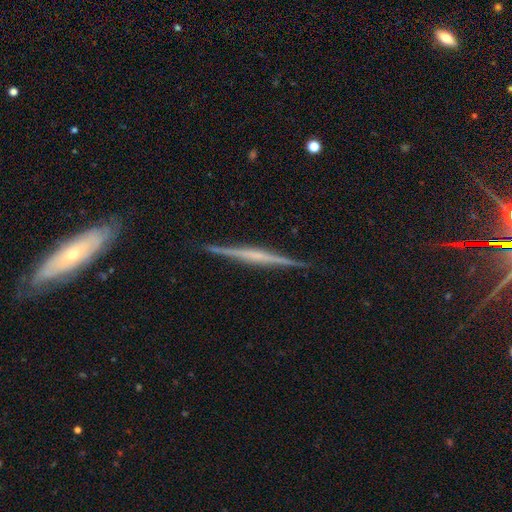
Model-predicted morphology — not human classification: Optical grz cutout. It shows a featured or disk galaxy (76%) viewed edge-on (98%) with no central bulge (54%). Merging: none (91%).